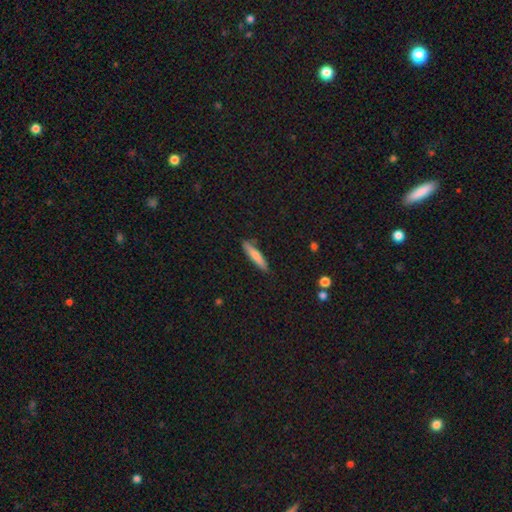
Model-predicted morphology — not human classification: A smooth galaxy with no disk features (73%) that is cigar-shaped (89%). Merging: none (85%).